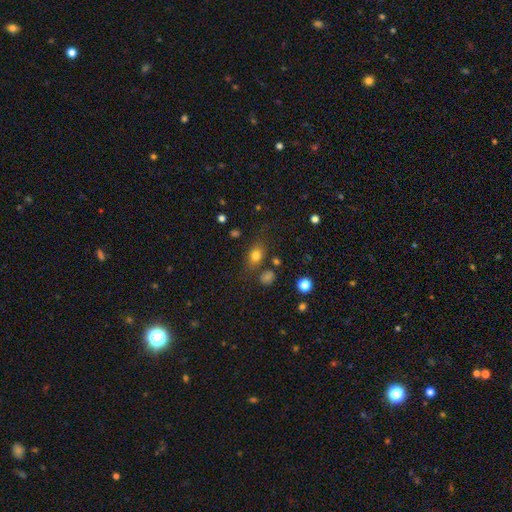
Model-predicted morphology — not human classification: smooth-or-featured: smooth: 76% | star or artifact: 13% | featured or disk: 11%
  how-rounded: in between: 68% | round: 28% | cigar-shaped: 4%
  merging: none: 71% | minor disturbance: 16% | major disturbance: 7% | merger: 6%